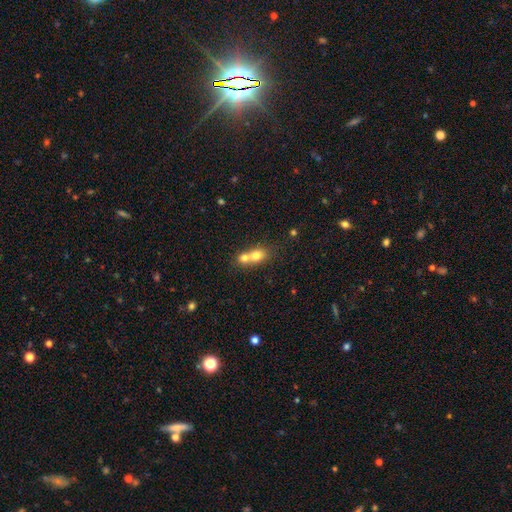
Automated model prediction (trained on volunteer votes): Smooth or featured: smooth — 73% (featured or disk — 17%)
How rounded: round — 50% (in between — 47%)
Merging: merger — 70% (none — 22%)